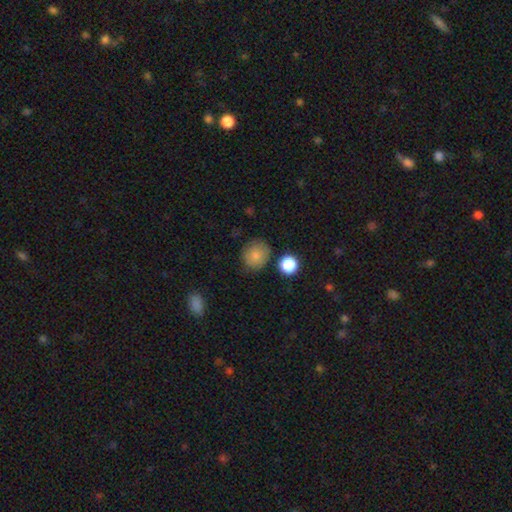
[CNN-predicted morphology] smooth_or_featured: smooth (p=0.80) [alt: star or artifact p=0.10]
how_rounded: round (p=0.81) [alt: in between p=0.18]
merging: none (p=0.76) [alt: minor disturbance p=0.16]